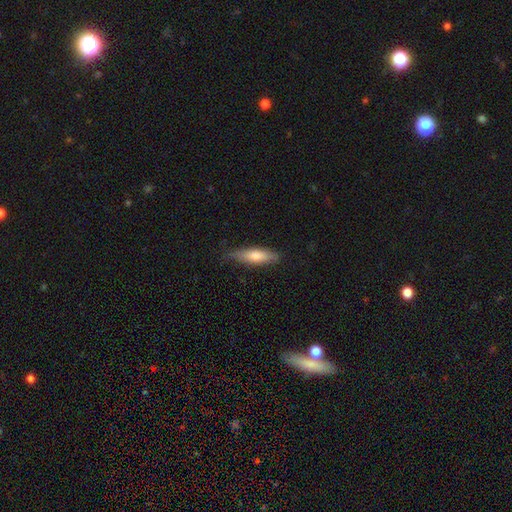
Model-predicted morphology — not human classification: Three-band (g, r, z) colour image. It shows a smooth galaxy with no disk features (68%) that is cigar-shaped (63%). Merging: none (76%).